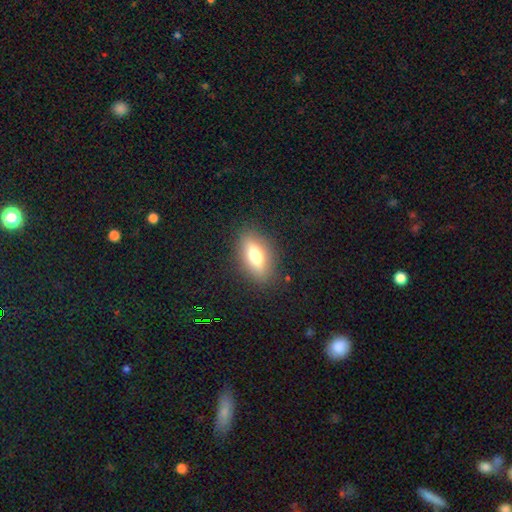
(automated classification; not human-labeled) Overall: smooth (67%). How rounded: in between (74%). Merging: none (86%).